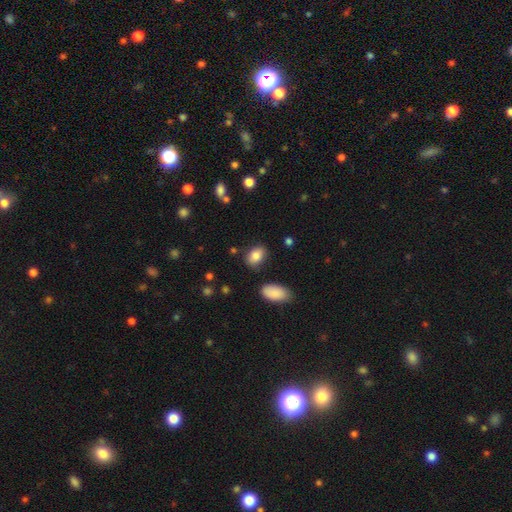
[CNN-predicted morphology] A smooth galaxy with no disk features (84%) that is in between round and cigar-shaped (82%). Merging: none (80%).